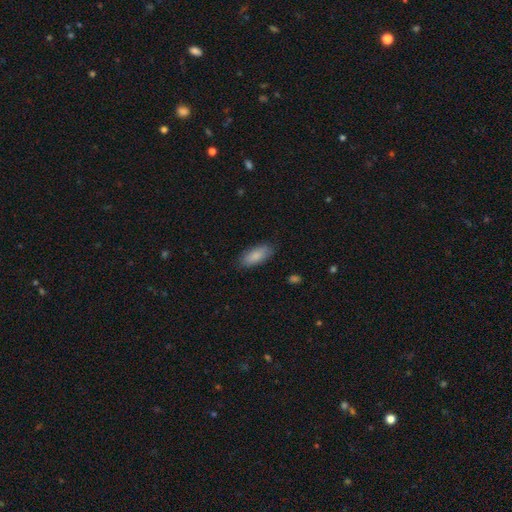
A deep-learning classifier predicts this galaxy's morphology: Smooth or featured? smooth (87%)
How rounded? in between (82%)
Merging? none (84%)